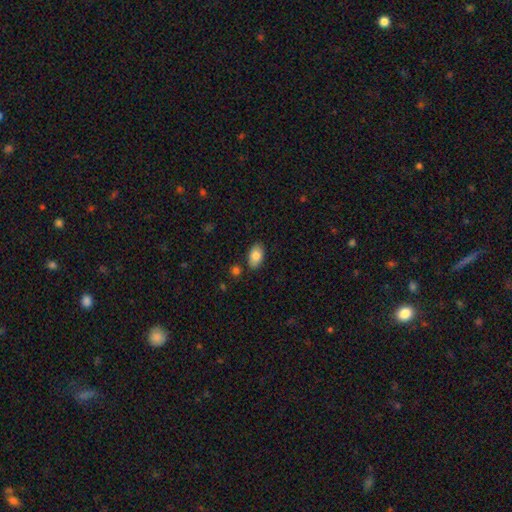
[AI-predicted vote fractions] Smooth or featured: smooth — 83% (featured or disk — 10%)
How rounded: in between — 92% (round — 6%)
Merging: none — 83% (minor disturbance — 11%)